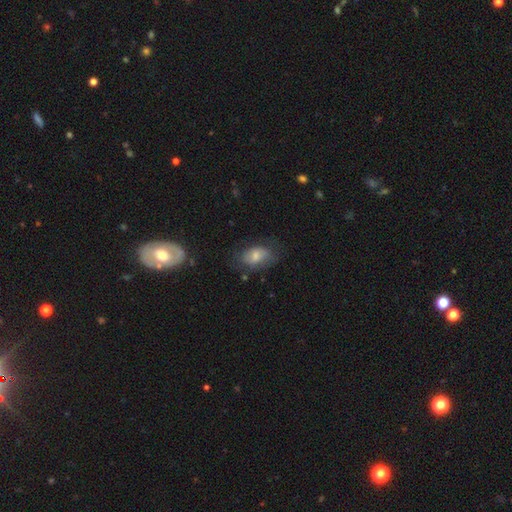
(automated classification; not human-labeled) Smooth or featured? Predicted: smooth (p=0.60). How rounded? Predicted: in between (p=0.88). Merging? Predicted: none (p=0.59).